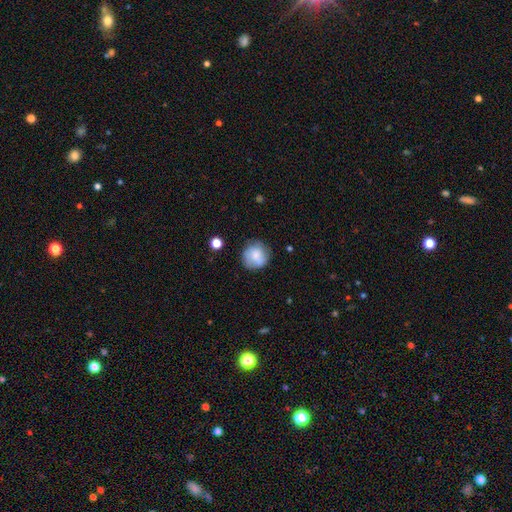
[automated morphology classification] Smooth or featured? smooth (73%)
How rounded? round (89%)
Merging? none (71%)